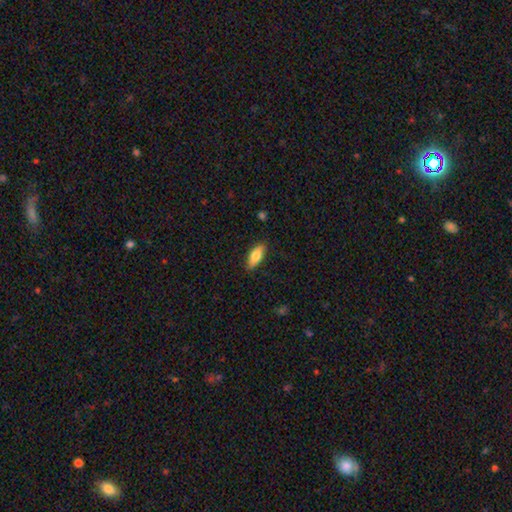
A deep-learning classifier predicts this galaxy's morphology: A smooth galaxy with no disk features (77%) that is in between round and cigar-shaped (72%).

Vote fractions:
- Smooth or featured? smooth: 77% / featured or disk: 17% / star or artifact: 6%
- How rounded? in between: 72% / cigar-shaped: 26% / round: 2%
- Merging? none: 87% / minor disturbance: 10% / major disturbance: 2% / merger: 1%